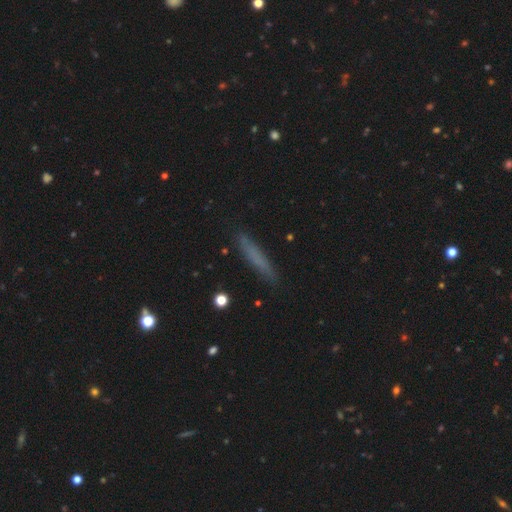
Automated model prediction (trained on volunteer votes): Smooth or featured?
  - smooth: 65% *
  - featured or disk: 25%
  - star or artifact: 10%
How rounded?
  - cigar-shaped: 93% *
  - in between: 6%
  - round: 2%
Merging?
  - none: 87% *
  - minor disturbance: 10%
  - major disturbance: 2%
  - merger: 1%